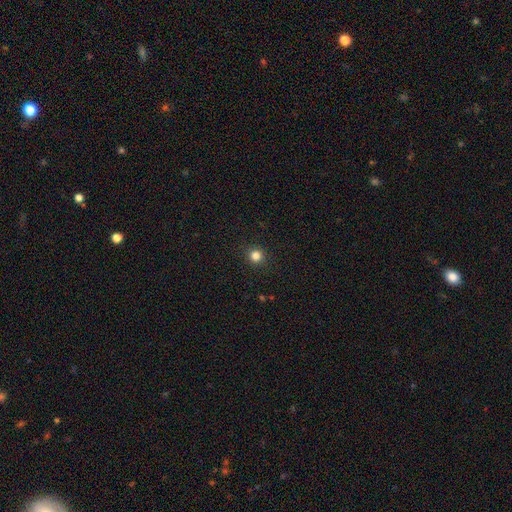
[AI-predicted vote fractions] Smooth or featured? smooth (82%)
How rounded? round (94%)
Merging? none (92%)